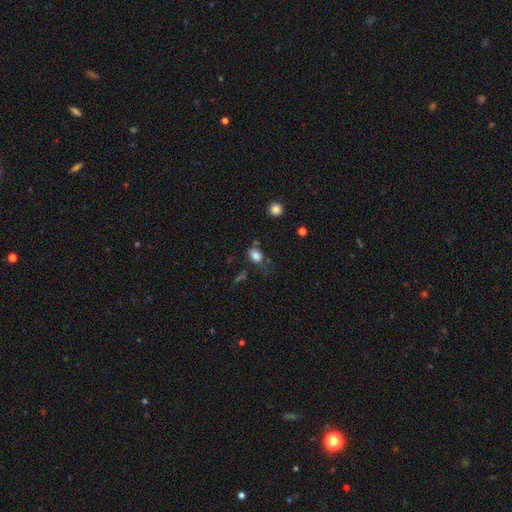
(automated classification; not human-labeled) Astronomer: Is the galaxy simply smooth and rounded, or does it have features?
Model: smooth — 81%.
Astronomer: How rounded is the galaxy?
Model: in between — 71%.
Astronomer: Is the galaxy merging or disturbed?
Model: none — 52%.